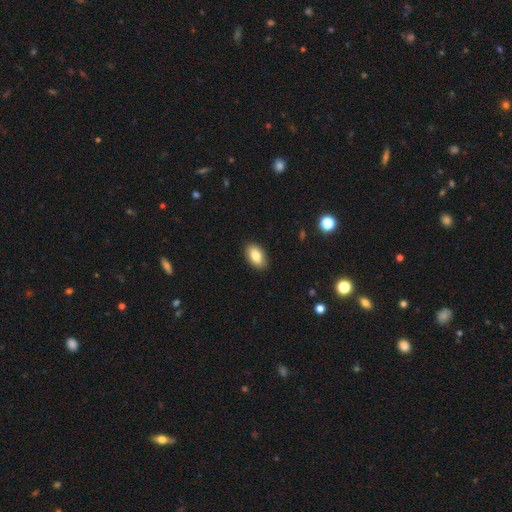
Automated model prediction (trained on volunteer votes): This is clearly a smooth galaxy (83%). How rounded: clearly in between (93%). Merging: clearly none (90%).